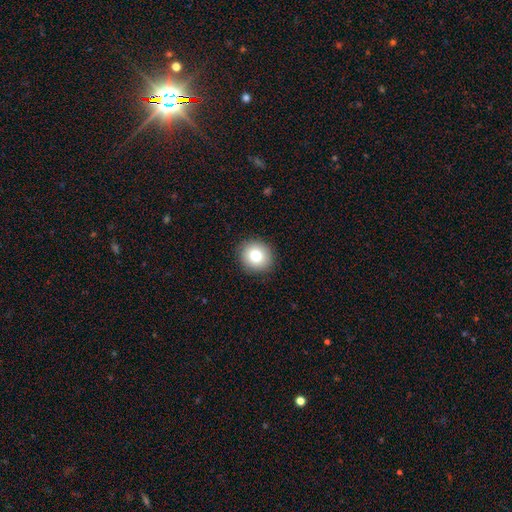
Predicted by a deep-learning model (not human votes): smooth 79%, featured or disk 11%, star or artifact 10%. Down the decision tree: how rounded — round (84%); merging — none (90%).